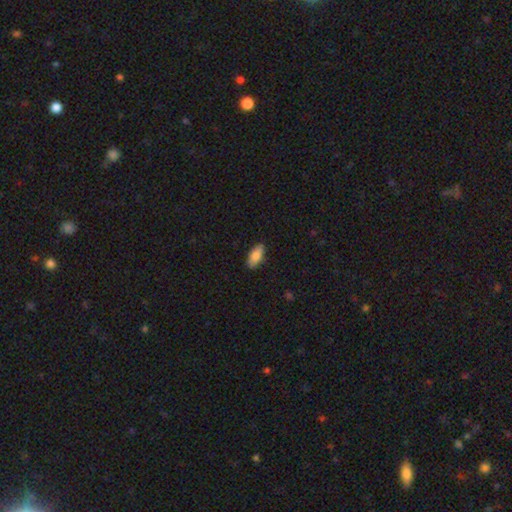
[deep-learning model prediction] Smooth or featured? Predicted: smooth (p=0.85). How rounded? Predicted: in between (p=0.87). Merging? Predicted: none (p=0.88).